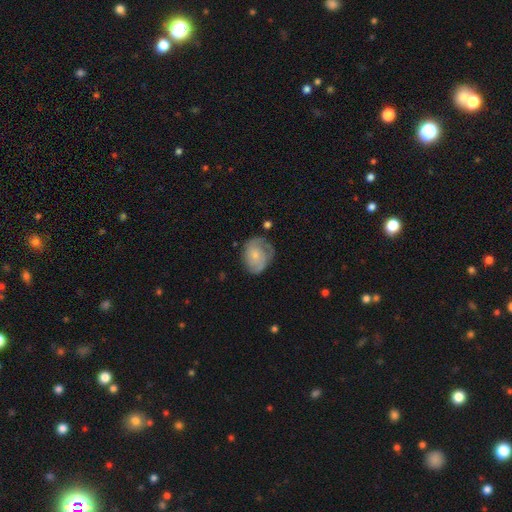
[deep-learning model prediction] Morphology: type=featured or disk (51%); edge-on=no (97%); merging=none (56%).